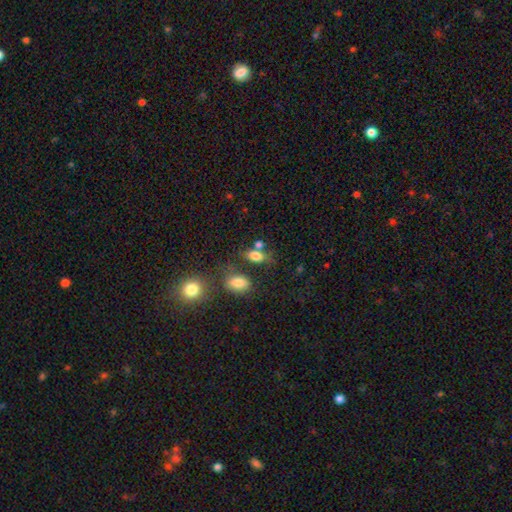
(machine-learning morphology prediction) A smooth galaxy with no disk features (80%) that is in between round and cigar-shaped (83%).

Vote fractions:
- Smooth or featured? smooth: 80% / star or artifact: 11% / featured or disk: 9%
- How rounded? in between: 83% / round: 13% / cigar-shaped: 4%
- Merging? none: 54% / merger: 21% / minor disturbance: 17% / major disturbance: 8%